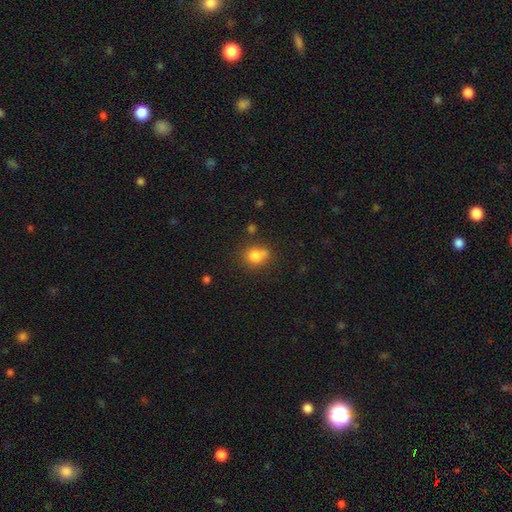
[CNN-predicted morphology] A smooth galaxy with no disk features (79%) that is round (68%).

Vote fractions:
- Smooth or featured? smooth: 79% / star or artifact: 12% / featured or disk: 9%
- How rounded? round: 68% / in between: 31% / cigar-shaped: 1%
- Merging? none: 53% / merger: 21% / minor disturbance: 19% / major disturbance: 7%